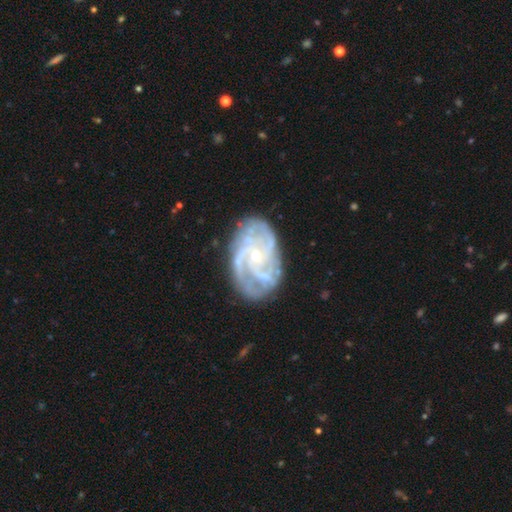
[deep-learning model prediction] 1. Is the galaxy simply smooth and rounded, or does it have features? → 89% featured or disk, 6% smooth, 5% star or artifact.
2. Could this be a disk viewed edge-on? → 97% no, 3% yes.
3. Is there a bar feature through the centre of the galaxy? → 65% no, 28% weak, 6% strong.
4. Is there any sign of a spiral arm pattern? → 97% yes, 3% no.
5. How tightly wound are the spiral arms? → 51% tight, 40% medium, 10% loose.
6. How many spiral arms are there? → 26% 3, 21% can't tell, 21% 2, 18% 4, 7% more than 4, 6% 1.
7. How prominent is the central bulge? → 72% small, 25% moderate, 1% none, 1% large, 1% dominant.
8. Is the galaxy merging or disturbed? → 72% none, 18% minor disturbance, 8% major disturbance, 2% merger.